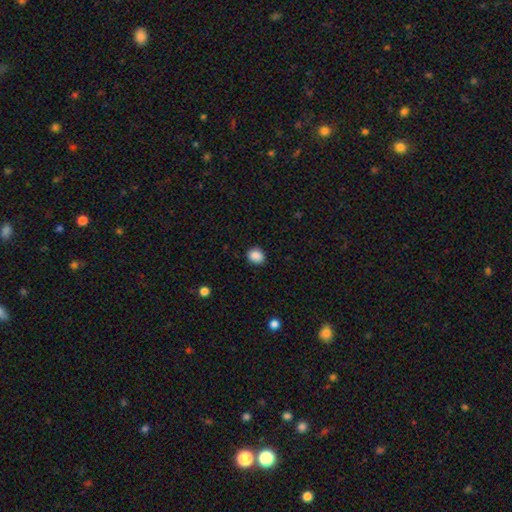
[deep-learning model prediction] This is clearly a smooth galaxy (88%). How rounded: likely round (66%). Merging: clearly none (89%).